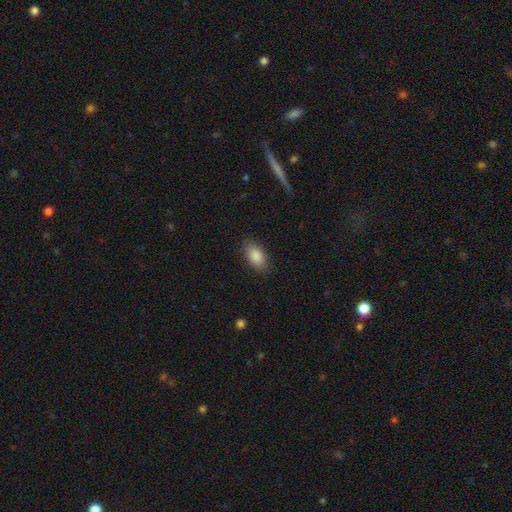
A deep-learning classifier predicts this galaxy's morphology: This is clearly a smooth galaxy (88%). How rounded: clearly in between (92%). Merging: clearly none (86%).